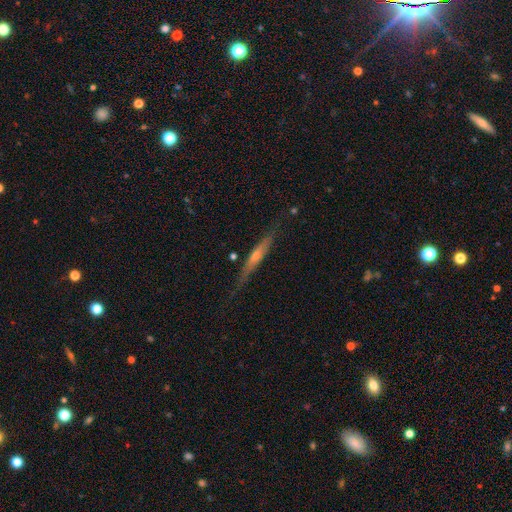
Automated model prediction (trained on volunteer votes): Q: Smooth or featured?
A: featured or disk (64%); runner-up: smooth (29%)
Q: Edge-on disk?
A: yes (94%); runner-up: no (6%)
Q: Edge-on bulge?
A: rounded (61%); runner-up: none (31%)
Q: Merging?
A: none (79%); runner-up: minor disturbance (16%)